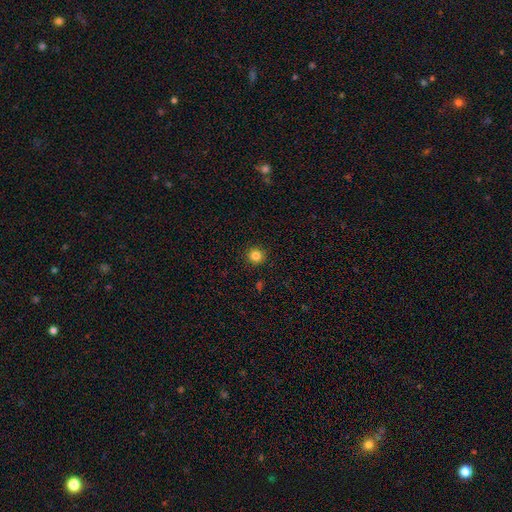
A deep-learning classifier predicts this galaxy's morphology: A smooth galaxy with no disk features (84%) that is round (94%). Merging: none (92%).